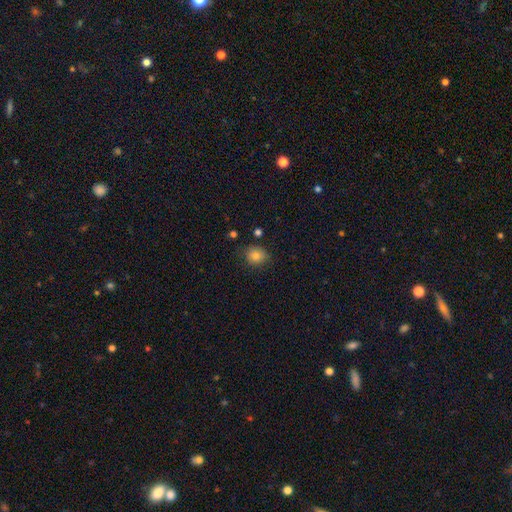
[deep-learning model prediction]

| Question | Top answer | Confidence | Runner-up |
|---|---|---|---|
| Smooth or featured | smooth | 81% | star or artifact (12%) |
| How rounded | round | 73% | in between (26%) |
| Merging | none | 79% | minor disturbance (15%) |